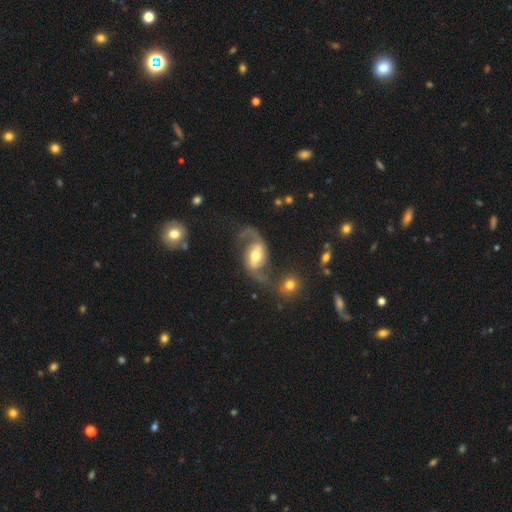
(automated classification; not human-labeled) This appears to be a featured or disk galaxy (84%) with a weak bar (43%), 2 (91%) loose (66%) spiral arms (95%) and a moderate central bulge (64%). Merging: none (56%).